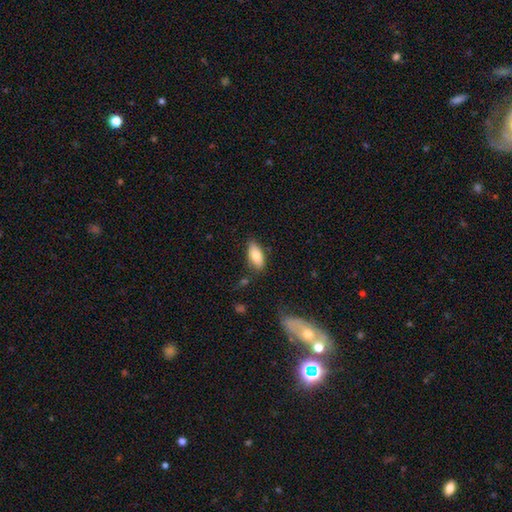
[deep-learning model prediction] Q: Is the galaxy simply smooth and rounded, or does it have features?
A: smooth — 77%.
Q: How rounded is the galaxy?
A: in between — 89%.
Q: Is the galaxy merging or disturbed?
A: none — 78%.